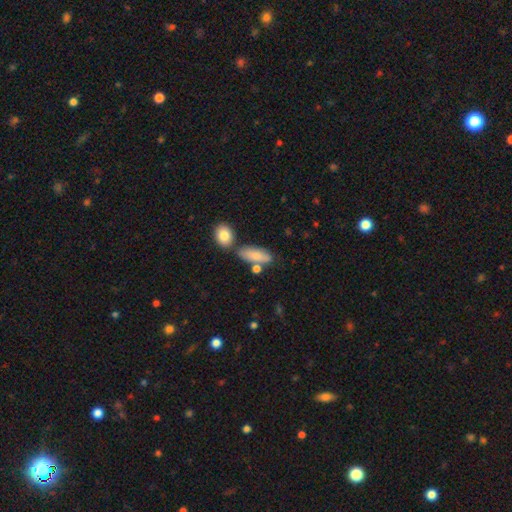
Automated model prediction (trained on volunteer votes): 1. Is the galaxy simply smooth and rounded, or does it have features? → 79% smooth, 14% featured or disk, 7% star or artifact.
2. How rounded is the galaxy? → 76% in between, 21% cigar-shaped, 3% round.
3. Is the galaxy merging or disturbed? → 61% none, 17% minor disturbance, 17% merger, 5% major disturbance.